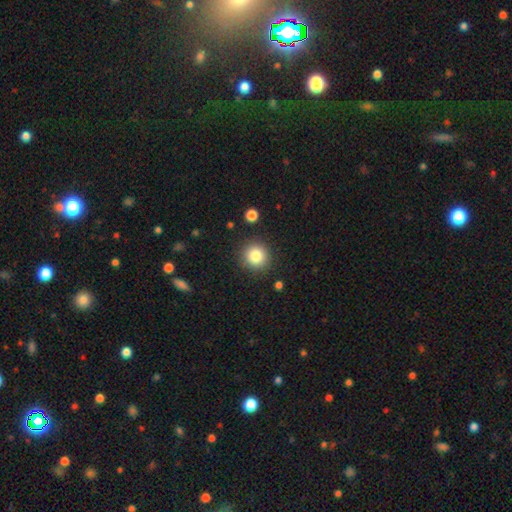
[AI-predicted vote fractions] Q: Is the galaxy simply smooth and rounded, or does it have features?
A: smooth — 83%.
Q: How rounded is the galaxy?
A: round — 93%.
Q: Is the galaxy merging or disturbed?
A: none — 89%.